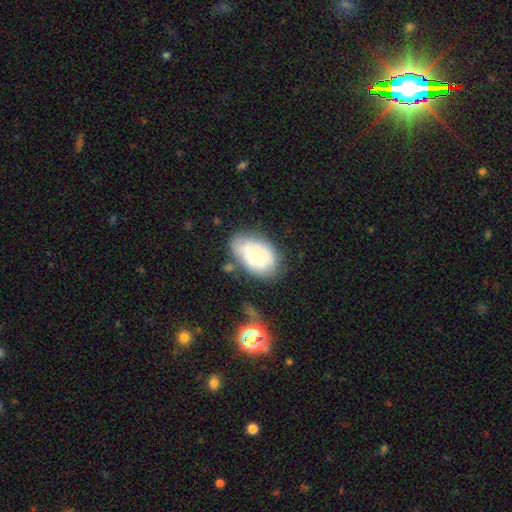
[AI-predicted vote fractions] smooth_or_featured: smooth (p=0.60) [alt: featured or disk p=0.32]
how_rounded: in between (p=0.89) [alt: round p=0.10]
merging: none (p=0.57) [alt: minor disturbance p=0.26]